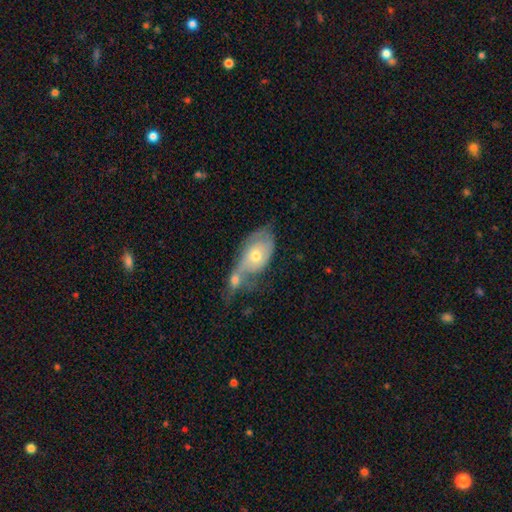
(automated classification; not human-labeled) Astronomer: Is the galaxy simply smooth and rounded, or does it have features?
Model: featured or disk — 49% (runner-up: smooth, 45%).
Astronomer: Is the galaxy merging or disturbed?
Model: merger — 55%.